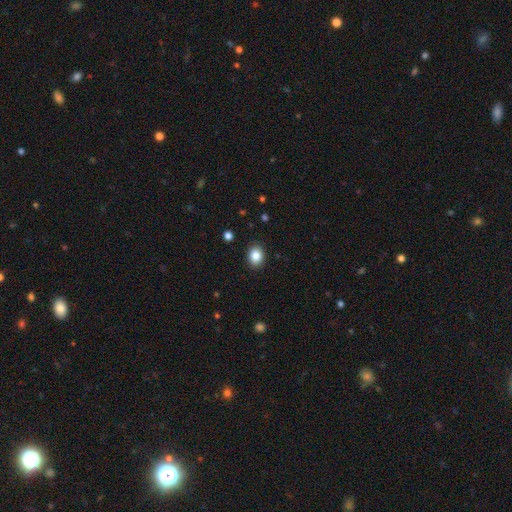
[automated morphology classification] Smooth or featured? smooth (85%)
How rounded? in between (55%)
Merging? none (89%)